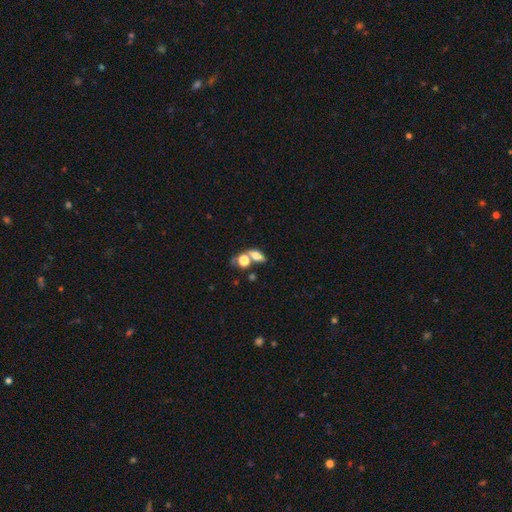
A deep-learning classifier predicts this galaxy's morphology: This appears to be a smooth galaxy with no disk features (67%) that is in between round and cigar-shaped (73%). Merging: none (44%).